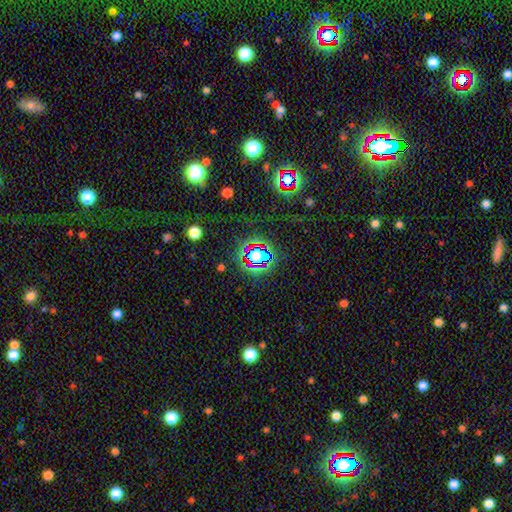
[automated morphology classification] This appears to be a star or artifact, not a galaxy (63%).